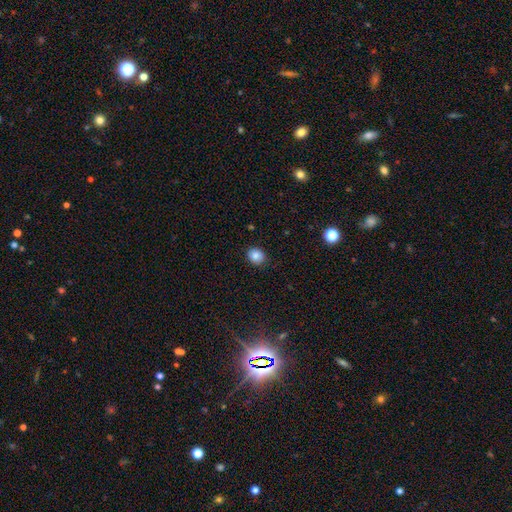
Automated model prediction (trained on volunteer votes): Smooth or featured? smooth (85%)
How rounded? round (71%)
Merging? none (88%)